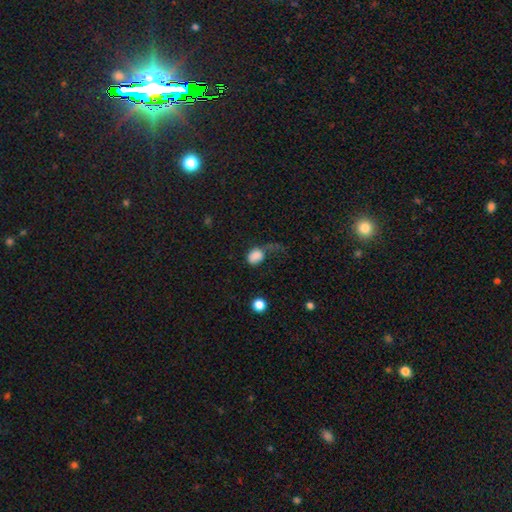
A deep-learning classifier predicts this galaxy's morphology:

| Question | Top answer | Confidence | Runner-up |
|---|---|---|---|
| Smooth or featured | smooth | 81% | star or artifact (10%) |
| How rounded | in between | 59% | round (39%) |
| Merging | major disturbance | 45% | none (26%) |